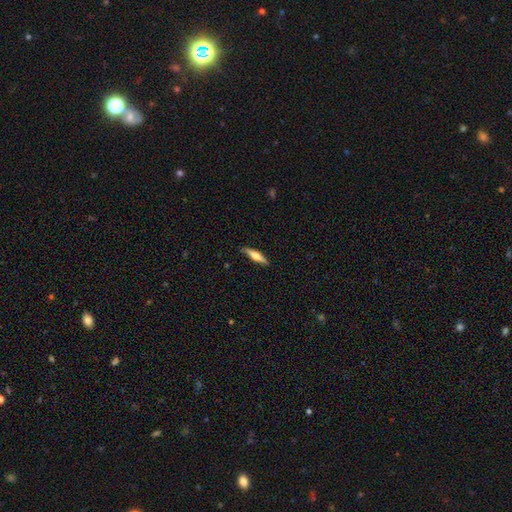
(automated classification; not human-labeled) This appears to be a smooth galaxy with no disk features (47%, tied with featured or disk). Merging: none (88%).